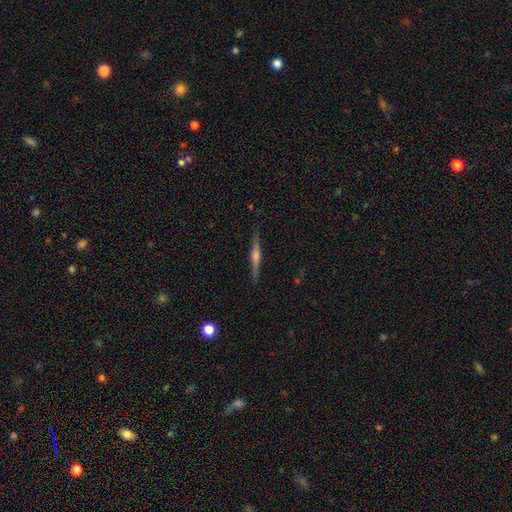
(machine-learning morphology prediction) type=featured or disk (80%); edge-on=yes (98%); edge-on bulge=rounded (81%); merging=none (91%).